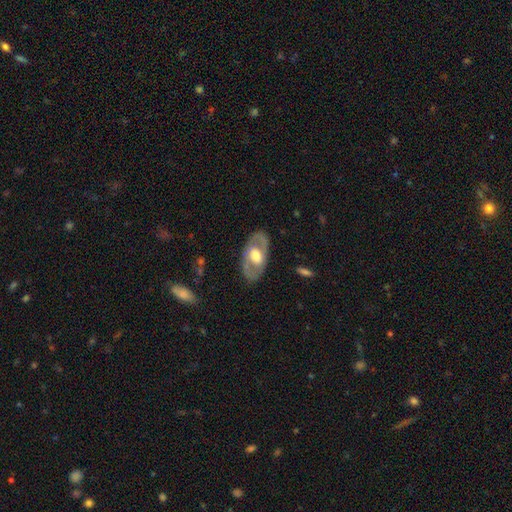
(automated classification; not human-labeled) Smooth or featured: featured or disk — 68% (smooth — 27%)
Edge-on disk: no — 90% (yes — 10%)
Bar: no — 55% (weak — 32%)
Spiral arms: yes — 53% (no — 47%)
Bulge size: moderate — 58% (large — 33%)
Merging: none — 81% (minor disturbance — 13%)